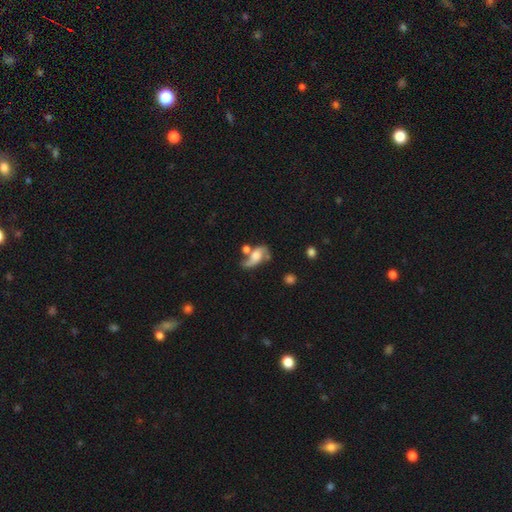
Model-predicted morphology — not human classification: smooth_or_featured: featured or disk (p=0.75) [alt: smooth p=0.18]
disk_edge_on: no (p=0.95) [alt: yes p=0.05]
bar: no (p=0.60) [alt: weak p=0.31]
has_spiral_arms: yes (p=0.91) [alt: no p=0.09]
spiral_winding: loose (p=0.70) [alt: medium p=0.24]
spiral_arm_count: 2 (p=0.87) [alt: 1 p=0.07]
bulge_size: moderate (p=0.33) [alt: large p=0.27]
merging: none (p=0.40) [alt: merger p=0.25]